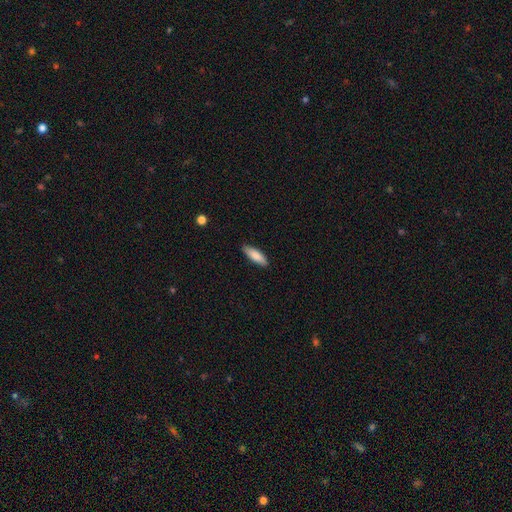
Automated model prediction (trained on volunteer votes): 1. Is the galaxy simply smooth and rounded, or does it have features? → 84% smooth, 11% featured or disk, 6% star or artifact.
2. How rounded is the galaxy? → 50% in between, 48% cigar-shaped, 2% round.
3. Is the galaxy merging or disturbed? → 88% none, 9% minor disturbance, 2% major disturbance, 1% merger.